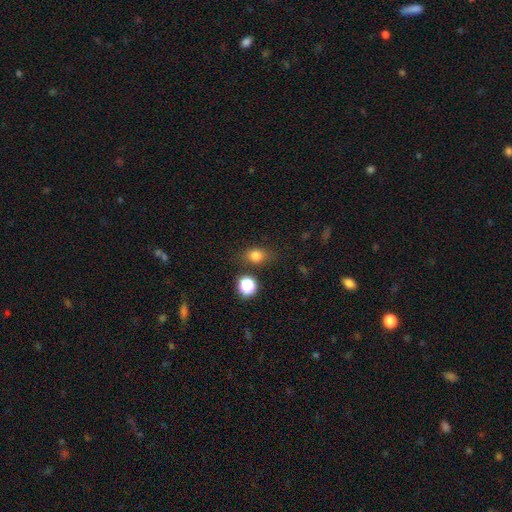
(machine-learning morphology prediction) smooth_or_featured: smooth (p=0.79) [alt: star or artifact p=0.15]
how_rounded: round (p=0.50) [alt: in between p=0.48]
merging: none (p=0.76) [alt: minor disturbance p=0.14]